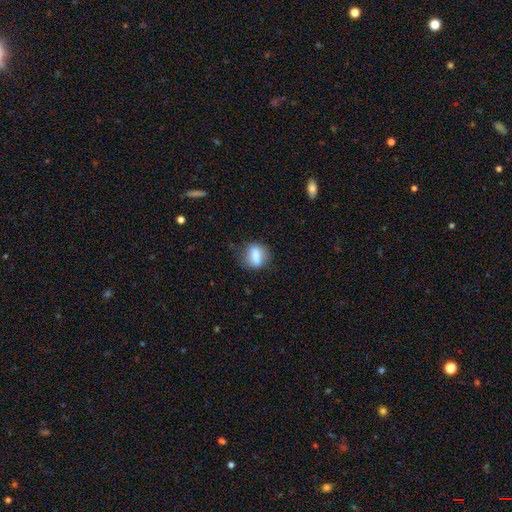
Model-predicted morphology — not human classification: This is likely a smooth galaxy (69%). How rounded: possibly in between (53%). Merging: likely none (70%).